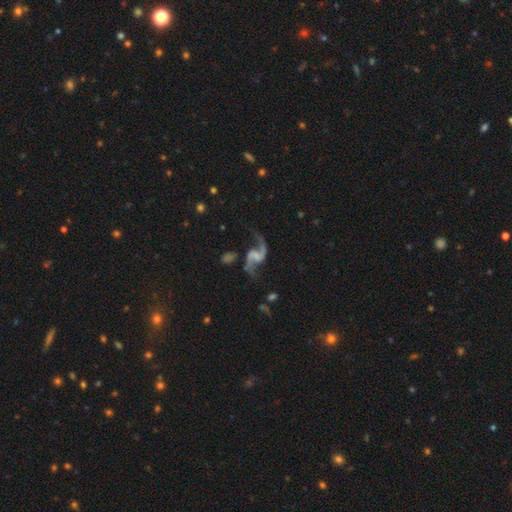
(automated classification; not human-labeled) smooth_or_featured: featured or disk (p=0.90) [alt: star or artifact p=0.05]
disk_edge_on: no (p=0.98) [alt: yes p=0.02]
bar: weak (p=0.43) [alt: no p=0.39]
has_spiral_arms: yes (p=0.97) [alt: no p=0.03]
spiral_winding: loose (p=0.82) [alt: medium p=0.15]
spiral_arm_count: 2 (p=0.93) [alt: 1 p=0.03]
bulge_size: none (p=0.54) [alt: small p=0.27]
merging: none (p=0.69) [alt: minor disturbance p=0.15]